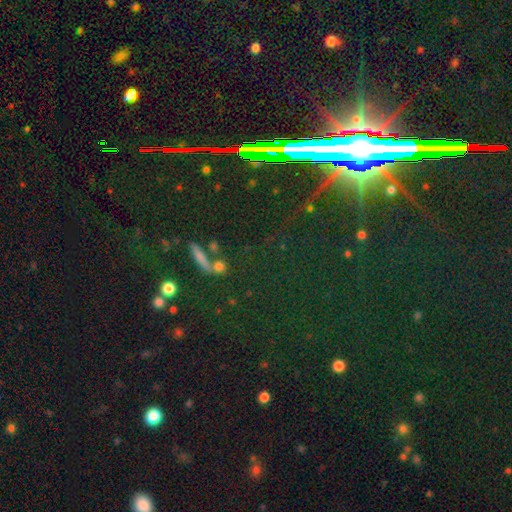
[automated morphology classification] smooth_or_featured: star or artifact (p=0.74) [alt: smooth p=0.14]